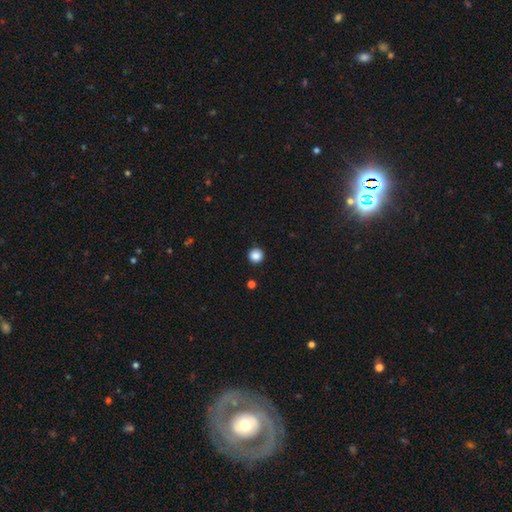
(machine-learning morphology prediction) smooth 86%, star or artifact 10%, featured or disk 3%. Down the decision tree: how rounded — round (95%); merging — none (93%).